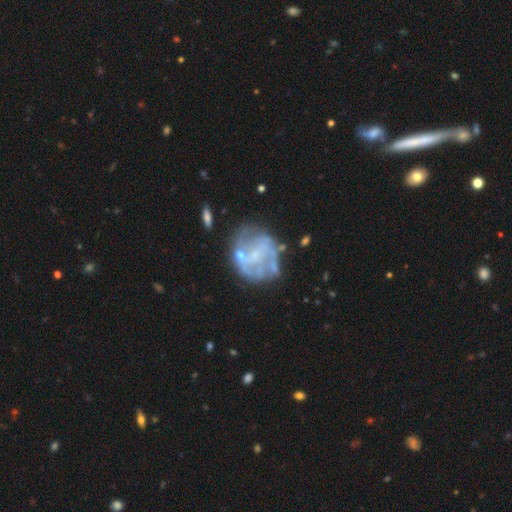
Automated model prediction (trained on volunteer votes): A featured or disk galaxy (71%) with no bar (61%), no spiral arms (52%) and a small central bulge (47%). Merging: none (53%).